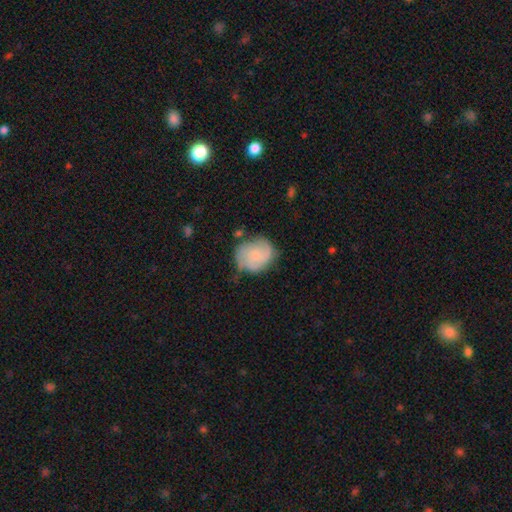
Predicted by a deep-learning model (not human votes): Smooth or featured?
  - smooth: 47% *
  - featured or disk: 45%
  - star or artifact: 7%
Merging?
  - none: 56% *
  - minor disturbance: 30%
  - major disturbance: 10%
  - merger: 4%